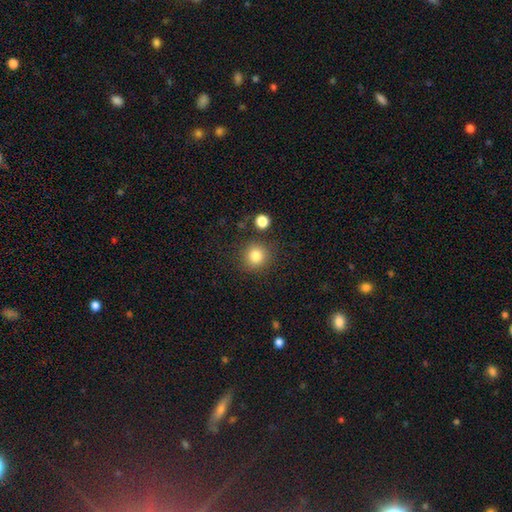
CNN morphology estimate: smooth_or_featured: smooth (p=0.83) [alt: star or artifact p=0.11]
how_rounded: round (p=0.91) [alt: in between p=0.08]
merging: none (p=0.84) [alt: minor disturbance p=0.08]